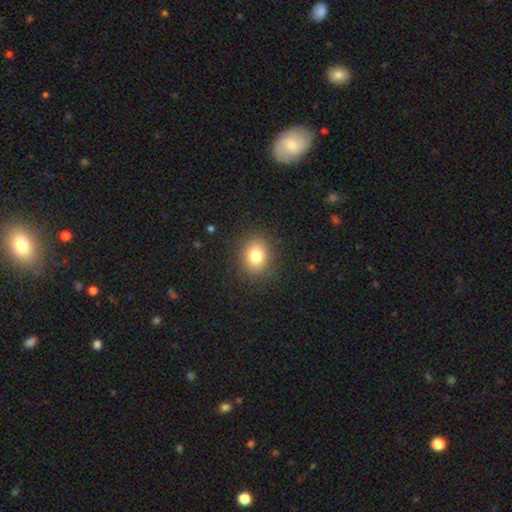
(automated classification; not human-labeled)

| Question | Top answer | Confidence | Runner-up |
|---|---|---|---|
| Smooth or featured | smooth | 79% | star or artifact (11%) |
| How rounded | round | 51% | in between (48%) |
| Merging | none | 87% | minor disturbance (9%) |